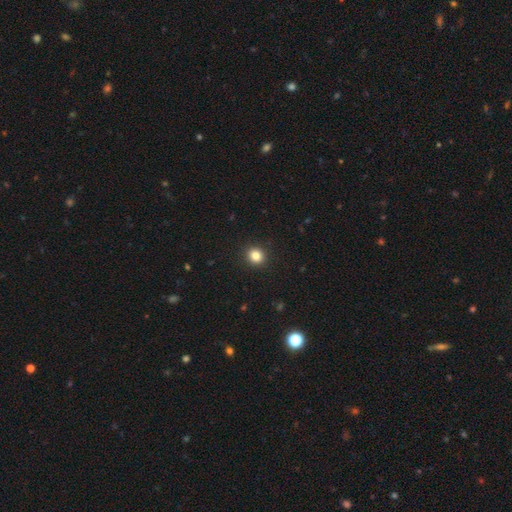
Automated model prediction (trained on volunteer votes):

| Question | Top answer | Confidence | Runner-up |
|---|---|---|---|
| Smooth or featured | smooth | 83% | star or artifact (12%) |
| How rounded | round | 83% | in between (16%) |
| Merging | none | 92% | minor disturbance (6%) |